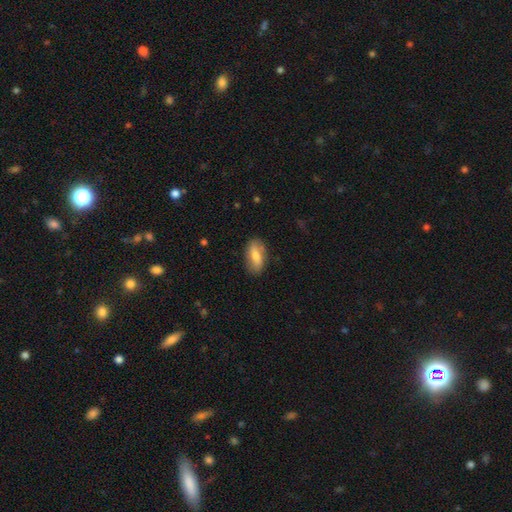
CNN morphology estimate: The model was most divided on "smooth or featured": smooth: 67%, featured or disk: 26%, star or artifact: 6%. More confident: how rounded — in between (84%); merging — none (80%).